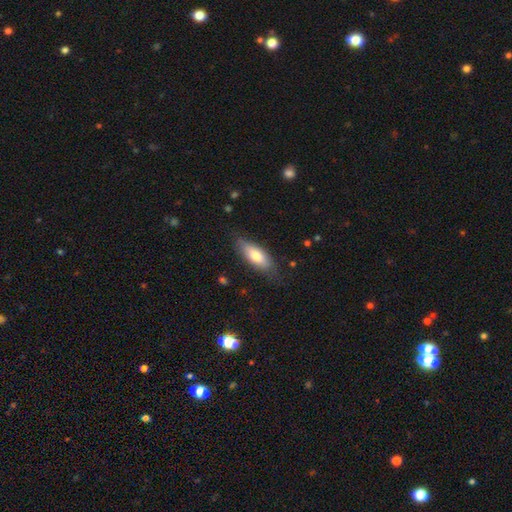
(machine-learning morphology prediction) smooth_or_featured: smooth (p=0.74) [alt: featured or disk p=0.20]
how_rounded: in between (p=0.72) [alt: cigar-shaped p=0.27]
merging: none (p=0.75) [alt: minor disturbance p=0.19]